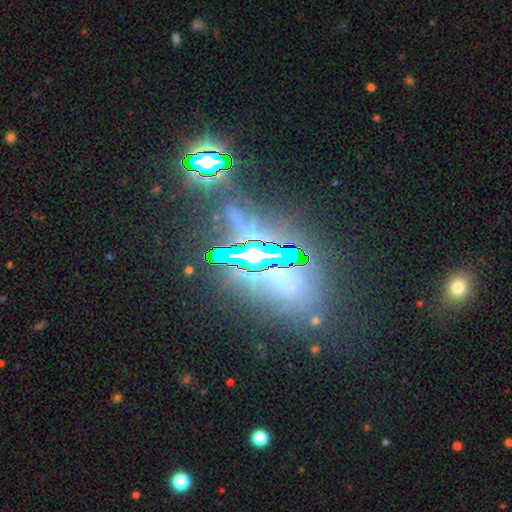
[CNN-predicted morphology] This appears to be a star or artifact, not a galaxy (74%).